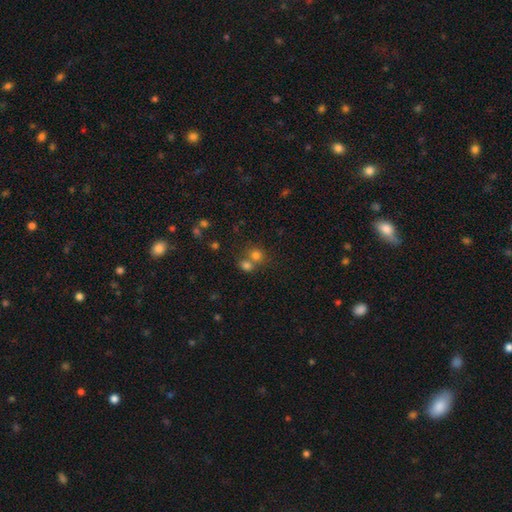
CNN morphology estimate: This appears to be a smooth galaxy with no disk features (75%) that is round (79%). Merging: merger (46%).